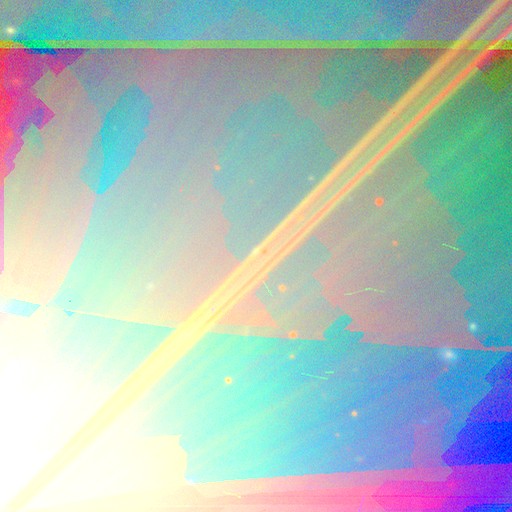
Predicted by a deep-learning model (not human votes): Morphology: type=star or artifact (89%).